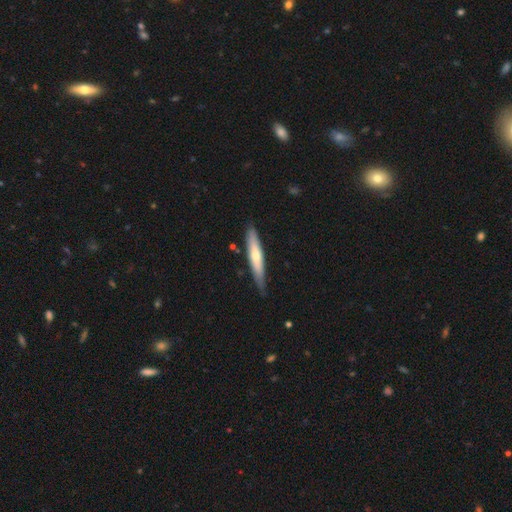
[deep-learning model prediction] smooth 51%, featured or disk 44%, star or artifact 5%. Down the decision tree: how rounded — cigar-shaped (89%); merging — none (79%).